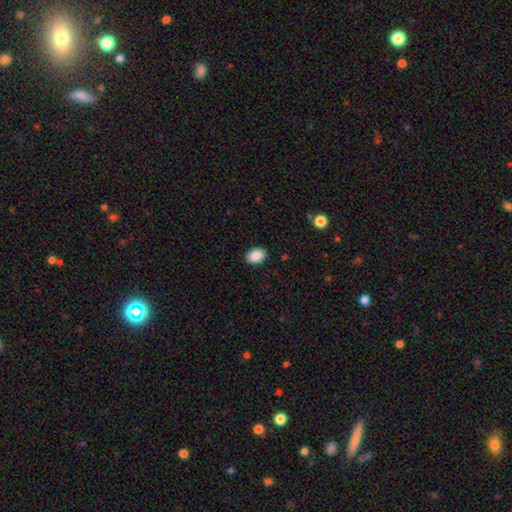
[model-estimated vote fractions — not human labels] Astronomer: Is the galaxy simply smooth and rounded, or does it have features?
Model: smooth — 89%.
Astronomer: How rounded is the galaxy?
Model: in between — 74%.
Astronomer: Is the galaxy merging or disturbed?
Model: none — 90%.